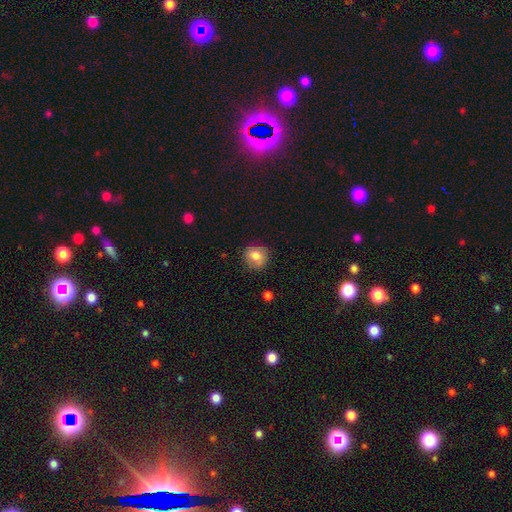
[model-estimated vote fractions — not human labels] A smooth galaxy with no disk features (77%) that is round (80%).

Vote fractions:
- Smooth or featured? smooth: 77% / featured or disk: 14% / star or artifact: 10%
- How rounded? round: 80% / in between: 19% / cigar-shaped: 1%
- Merging? none: 80% / minor disturbance: 15% / major disturbance: 3% / merger: 2%